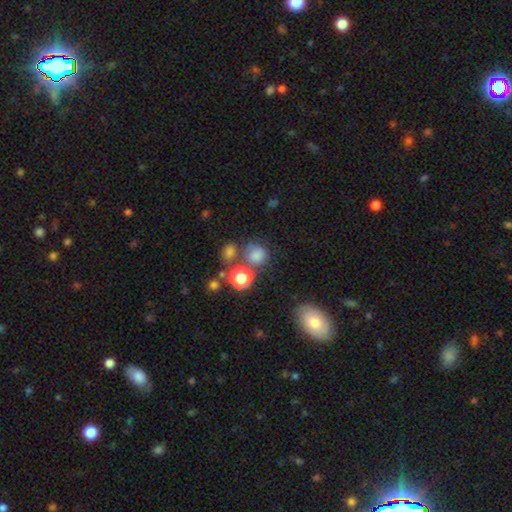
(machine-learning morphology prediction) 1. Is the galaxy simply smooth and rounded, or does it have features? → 73% smooth, 19% star or artifact, 8% featured or disk.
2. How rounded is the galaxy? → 82% round, 17% in between, 1% cigar-shaped.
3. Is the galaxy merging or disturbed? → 63% none, 18% merger, 13% minor disturbance, 6% major disturbance.